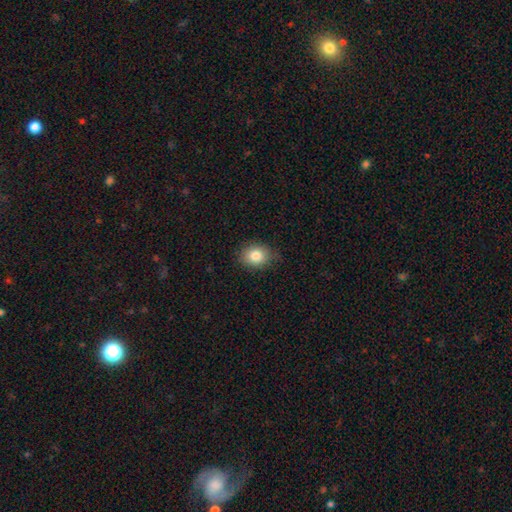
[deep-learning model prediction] The model was most divided on "how rounded": round: 55%, in between: 45%, cigar-shaped: 1%. More confident: smooth or featured — smooth (82%); merging — none (81%).